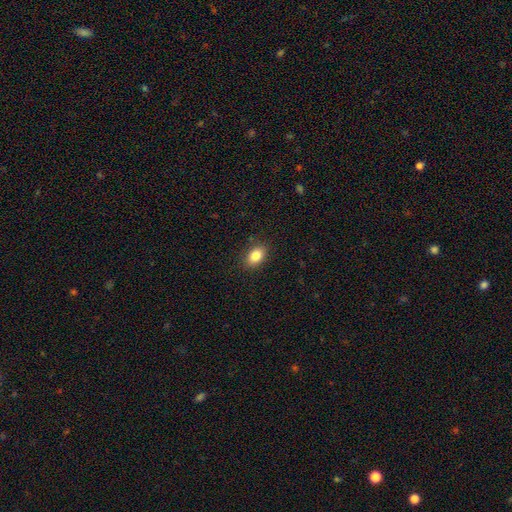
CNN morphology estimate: A smooth galaxy with no disk features (85%) that is in between round and cigar-shaped (83%). Merging: none (87%).